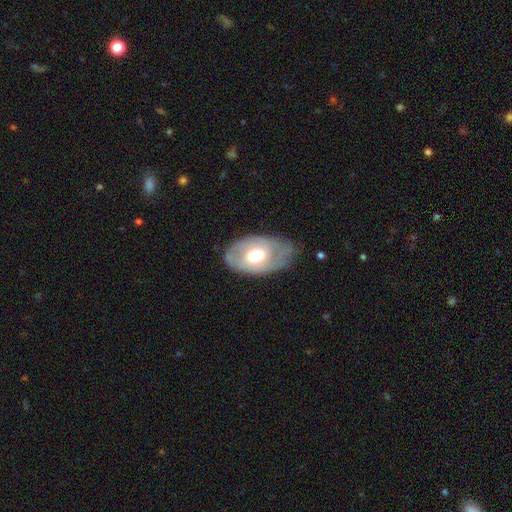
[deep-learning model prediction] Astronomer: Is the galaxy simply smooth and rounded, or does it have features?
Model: featured or disk — 49% (runner-up: smooth, 45%).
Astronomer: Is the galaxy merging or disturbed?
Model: none — 59%.